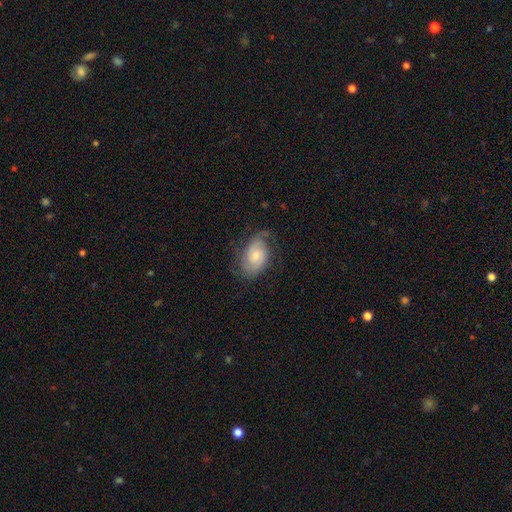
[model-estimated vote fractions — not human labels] Smooth or featured: featured or disk — 61% (smooth — 32%)
Edge-on disk: no — 96% (yes — 4%)
Bar: no — 73% (weak — 24%)
Spiral arms: yes — 88% (no — 12%)
Spiral winding: medium — 39% (tight — 33%)
Spiral arm count: 2 — 56% (can't tell — 20%)
Bulge size: moderate — 45% (small — 44%)
Merging: none — 59% (minor disturbance — 25%)